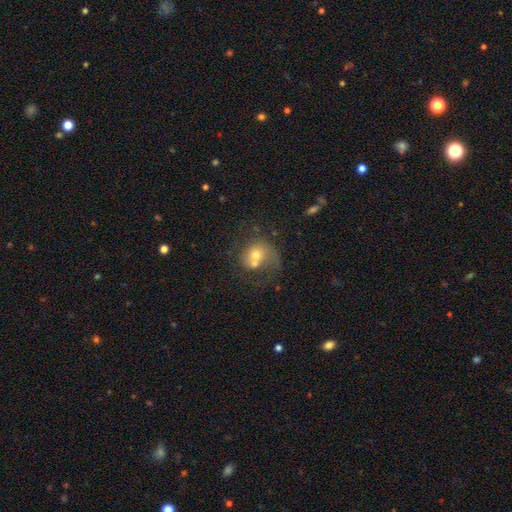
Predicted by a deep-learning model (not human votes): Q: Smooth or featured?
A: featured or disk (50%); runner-up: smooth (39%)
Q: Edge-on disk?
A: no (97%); runner-up: yes (3%)
Q: Merging?
A: merger (44%); runner-up: none (24%)